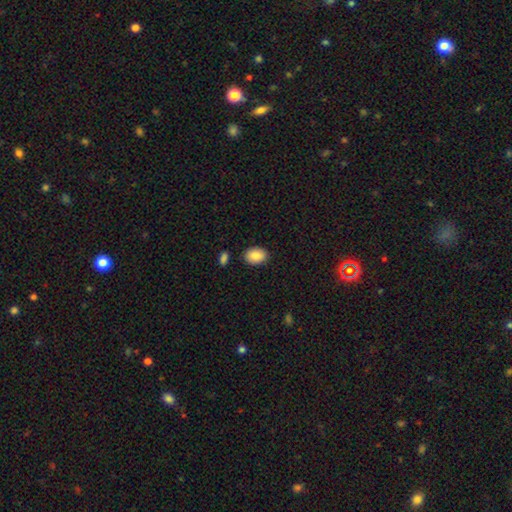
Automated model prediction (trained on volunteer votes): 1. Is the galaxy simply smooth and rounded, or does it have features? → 87% smooth, 7% star or artifact, 6% featured or disk.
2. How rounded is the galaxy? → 79% in between, 19% round, 1% cigar-shaped.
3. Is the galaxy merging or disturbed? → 86% none, 9% minor disturbance, 3% merger, 2% major disturbance.